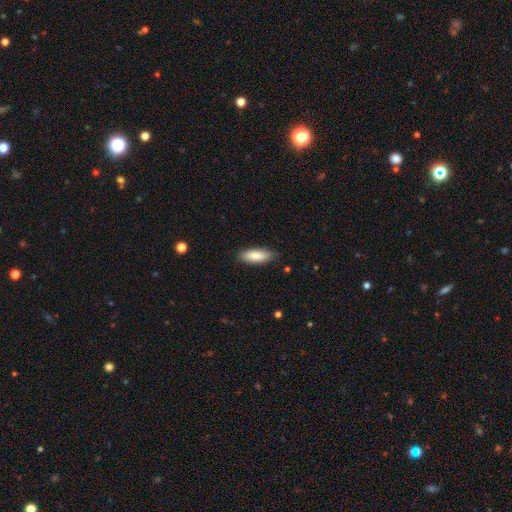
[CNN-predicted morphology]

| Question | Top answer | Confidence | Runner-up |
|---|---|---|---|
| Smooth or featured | smooth | 86% | featured or disk (9%) |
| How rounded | in between | 73% | cigar-shaped (26%) |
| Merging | none | 83% | minor disturbance (14%) |